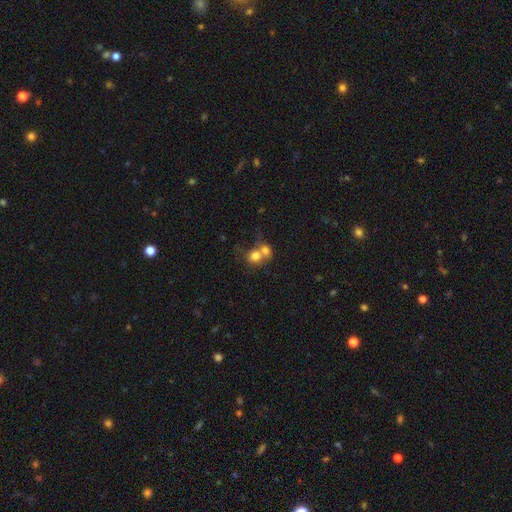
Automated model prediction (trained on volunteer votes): This appears to be a smooth galaxy with no disk features (74%) that is round (75%). Merging: merger (66%).